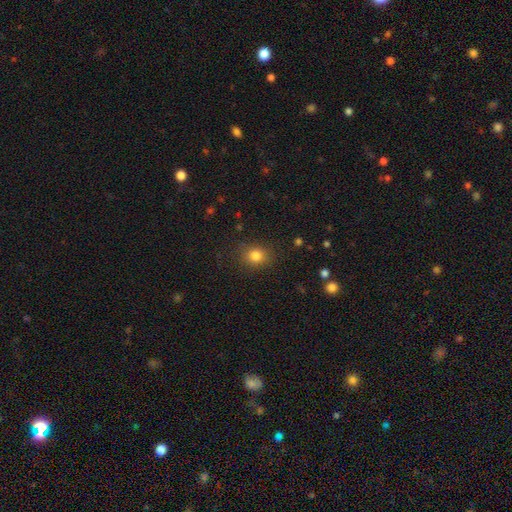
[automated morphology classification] type=smooth (82%); roundness=round (69%); merging=none (85%).